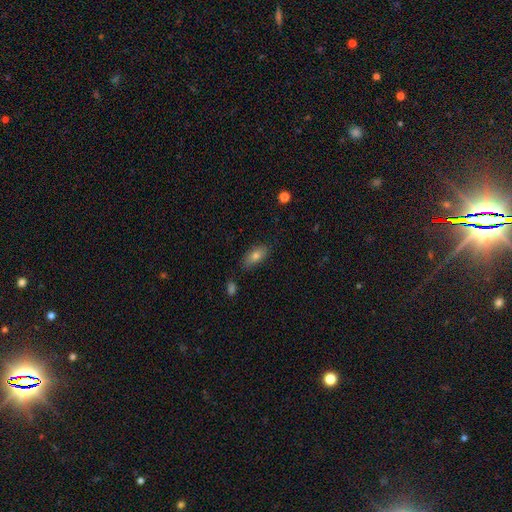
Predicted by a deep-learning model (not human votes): Smooth or featured? Predicted: smooth (p=0.77). How rounded? Predicted: in between (p=0.86). Merging? Predicted: none (p=0.81).